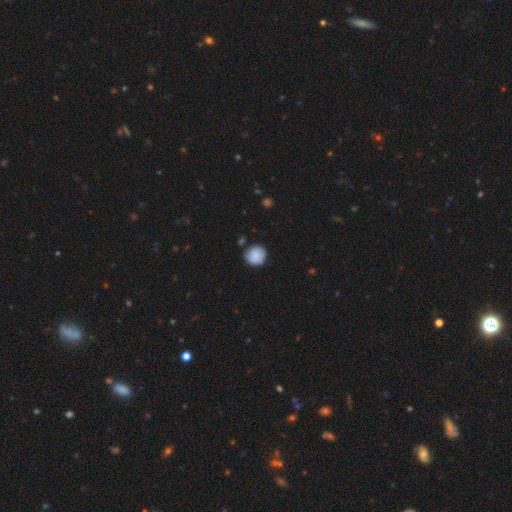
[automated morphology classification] Smooth or featured?
  - smooth: 87% *
  - star or artifact: 7%
  - featured or disk: 6%
How rounded?
  - round: 91% *
  - in between: 8%
  - cigar-shaped: 1%
Merging?
  - none: 80% *
  - minor disturbance: 14%
  - merger: 3%
  - major disturbance: 3%